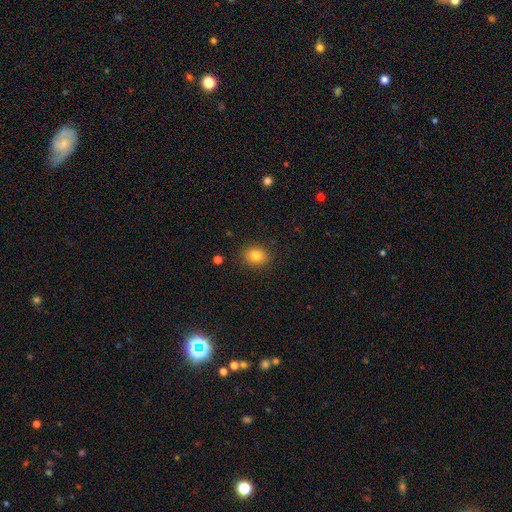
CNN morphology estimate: Smooth or featured: smooth — 82% (star or artifact — 11%)
How rounded: round — 53% (in between — 46%)
Merging: none — 88% (minor disturbance — 8%)